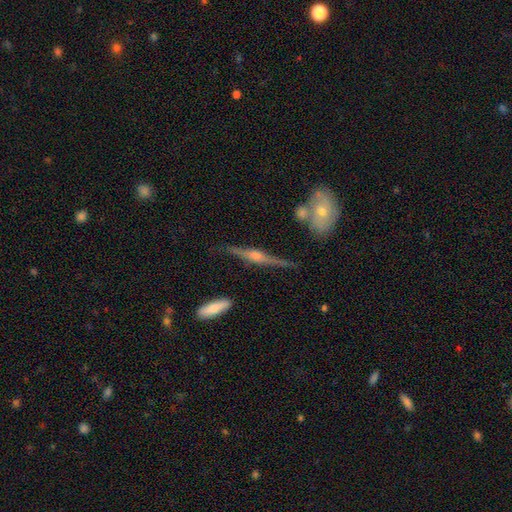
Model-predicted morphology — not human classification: This is clearly a featured or disk galaxy (82%). It is clearly viewed edge-on (97%). Edge-on bulge: clearly rounded (88%). Merging: clearly none (81%).